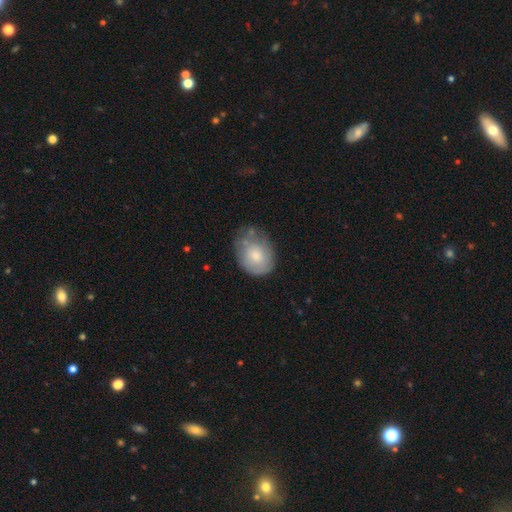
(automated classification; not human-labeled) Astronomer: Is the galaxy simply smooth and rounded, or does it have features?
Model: smooth — 67%.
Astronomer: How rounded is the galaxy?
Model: in between — 50% (runner-up: round, 49%).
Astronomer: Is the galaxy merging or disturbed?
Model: none — 47% (runner-up: minor disturbance, 35%).